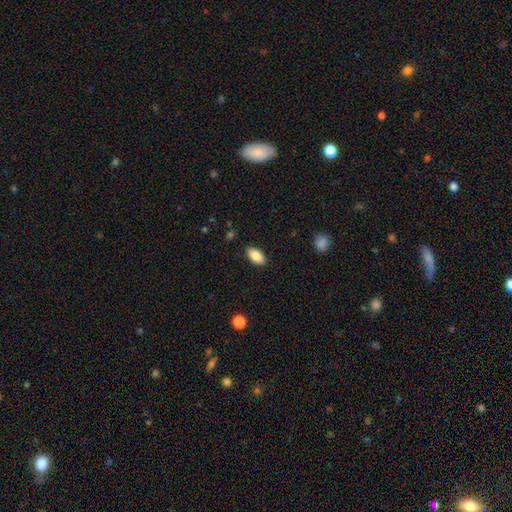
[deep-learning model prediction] Smooth or featured: smooth — 85% (featured or disk — 8%)
How rounded: in between — 93% (cigar-shaped — 4%)
Merging: none — 87% (minor disturbance — 10%)